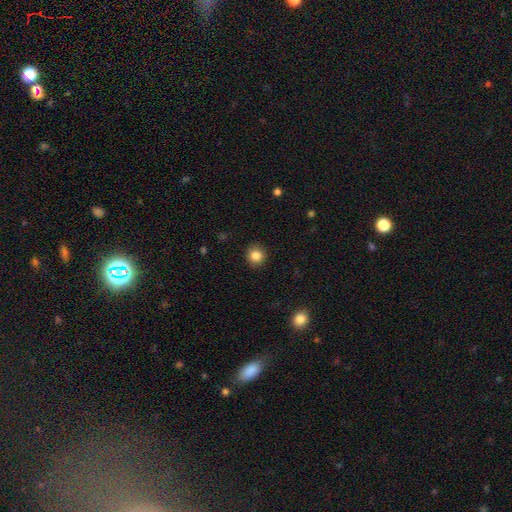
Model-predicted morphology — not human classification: Smooth or featured: smooth — 85% (star or artifact — 10%)
How rounded: round — 91% (in between — 8%)
Merging: none — 91% (minor disturbance — 6%)